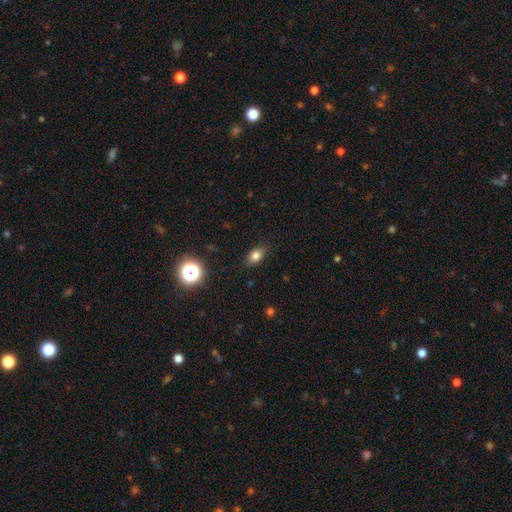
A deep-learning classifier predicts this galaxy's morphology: Smooth or featured? smooth (80%)
How rounded? in between (78%)
Merging? none (84%)